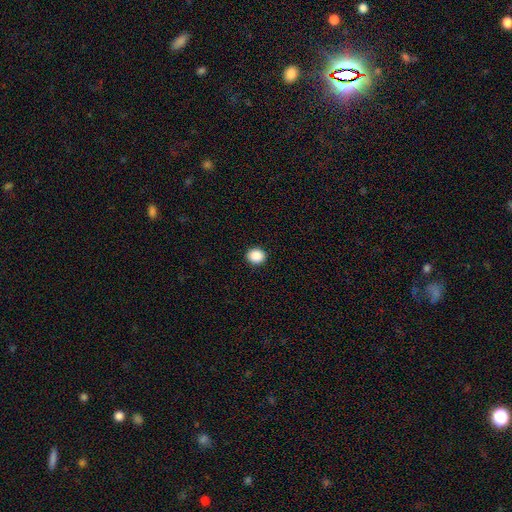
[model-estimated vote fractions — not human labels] Q: Smooth or featured?
A: smooth (89%); runner-up: star or artifact (8%)
Q: How rounded?
A: round (76%); runner-up: in between (24%)
Q: Merging?
A: none (92%); runner-up: minor disturbance (5%)